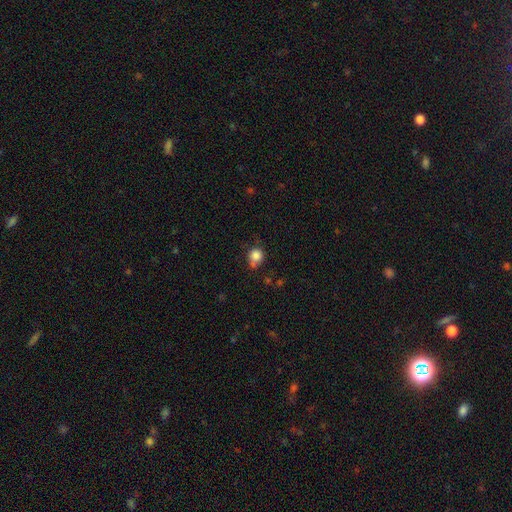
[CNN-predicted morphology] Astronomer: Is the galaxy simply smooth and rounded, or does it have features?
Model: smooth — 83%.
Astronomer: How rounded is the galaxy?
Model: round — 80%.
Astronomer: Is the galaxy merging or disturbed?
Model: none — 56%.